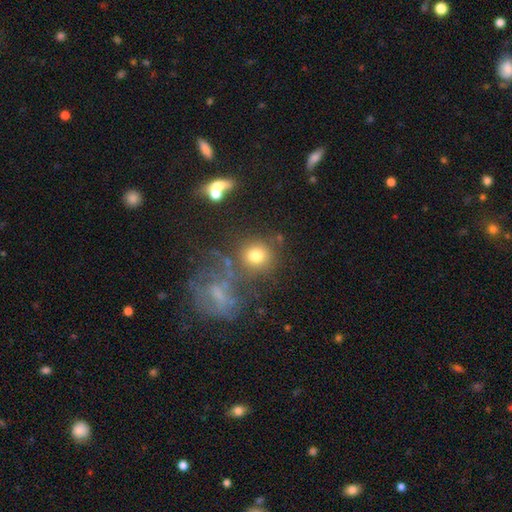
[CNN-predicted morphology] Smooth or featured? Predicted: smooth (p=0.73). How rounded? Predicted: round (p=0.85). Merging? Predicted: none (p=0.65).